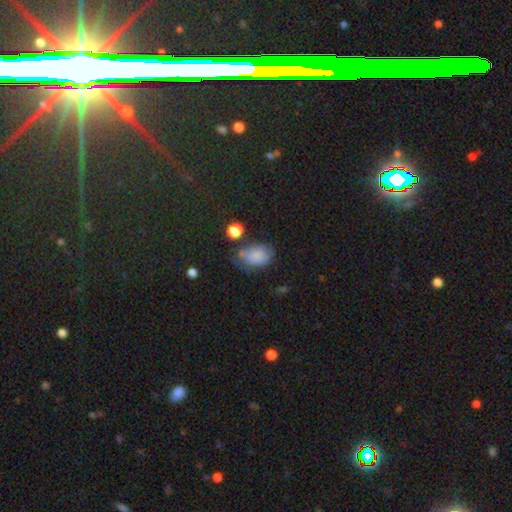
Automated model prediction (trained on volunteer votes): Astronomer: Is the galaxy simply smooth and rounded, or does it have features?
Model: smooth — 78%.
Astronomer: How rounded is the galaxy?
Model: in between — 77%.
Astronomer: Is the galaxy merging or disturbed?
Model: none — 43% (runner-up: minor disturbance, 32%).